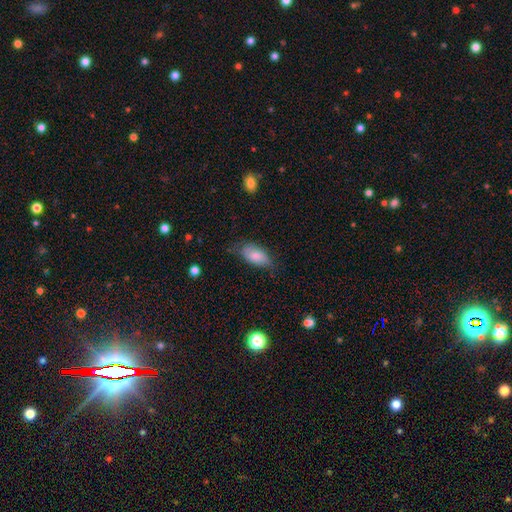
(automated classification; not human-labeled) smooth_or_featured: smooth (p=0.78) [alt: featured or disk p=0.15]
how_rounded: in between (p=0.92) [alt: cigar-shaped p=0.05]
merging: none (p=0.58) [alt: minor disturbance p=0.32]